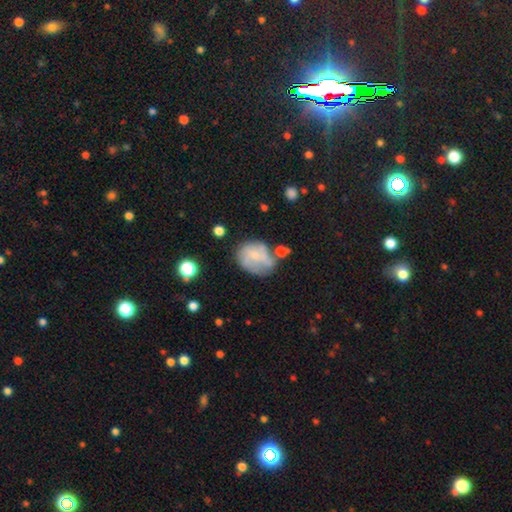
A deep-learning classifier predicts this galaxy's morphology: This is possibly a featured or disk galaxy (46%). Merging: marginally none (45%).